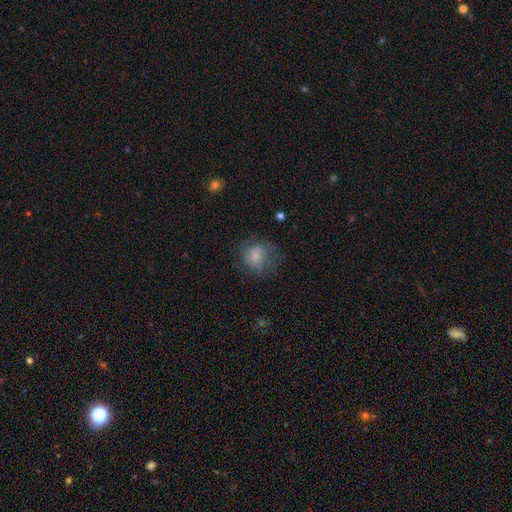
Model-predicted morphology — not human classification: Smooth or featured?
  - smooth: 59% *
  - featured or disk: 31%
  - star or artifact: 10%
How rounded?
  - round: 74% *
  - in between: 25%
  - cigar-shaped: 1%
Merging?
  - none: 52% *
  - minor disturbance: 24%
  - major disturbance: 23%
  - merger: 2%